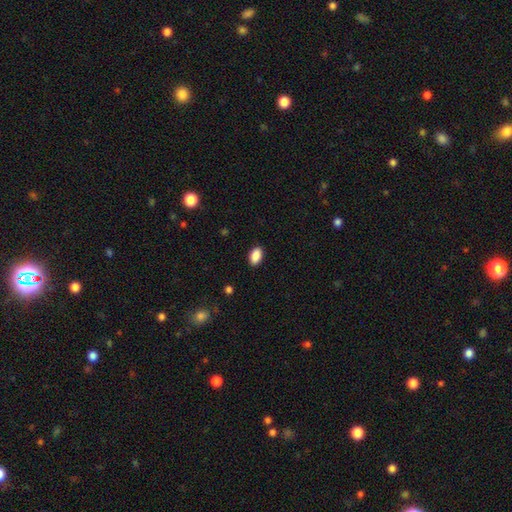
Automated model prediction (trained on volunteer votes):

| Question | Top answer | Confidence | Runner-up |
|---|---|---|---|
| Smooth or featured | smooth | 90% | star or artifact (7%) |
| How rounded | in between | 92% | round (6%) |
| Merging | none | 89% | minor disturbance (8%) |